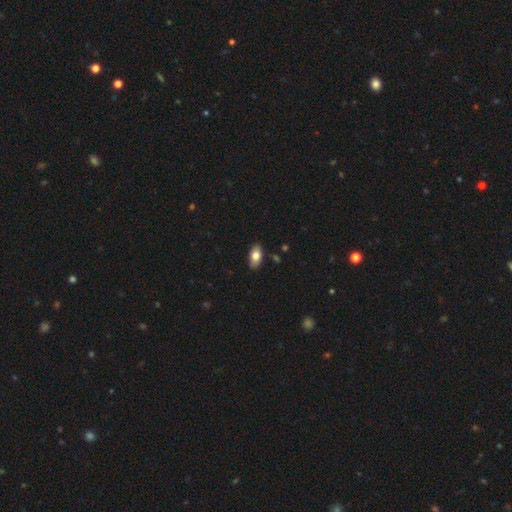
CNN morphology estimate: Q: Smooth or featured?
A: smooth (78%); runner-up: featured or disk (15%)
Q: How rounded?
A: in between (92%); runner-up: cigar-shaped (5%)
Q: Merging?
A: none (88%); runner-up: minor disturbance (9%)